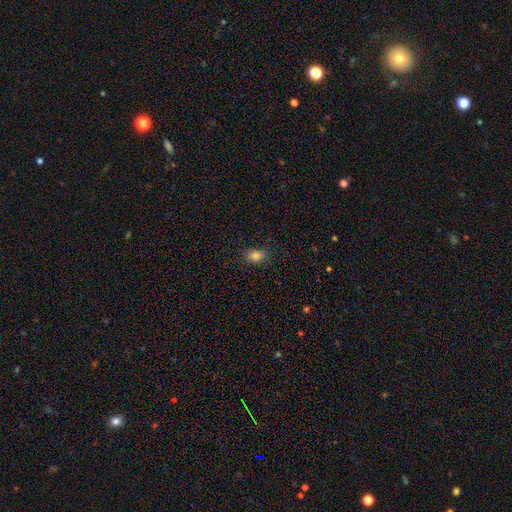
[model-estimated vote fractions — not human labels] This is clearly a smooth galaxy (84%). How rounded: likely in between (67%). Merging: clearly none (83%).